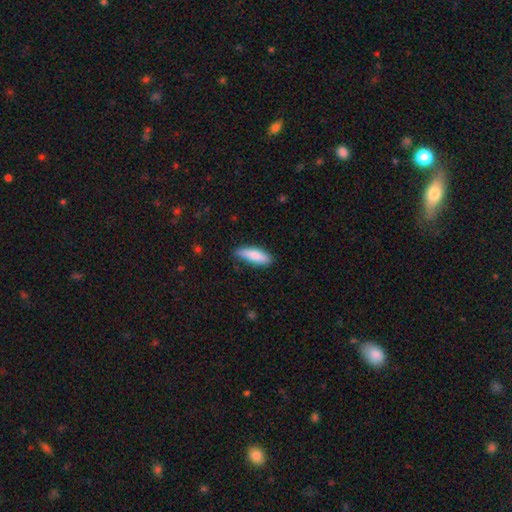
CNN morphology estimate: This appears to be a smooth galaxy with no disk features (85%) that is cigar-shaped (50%). Merging: none (75%).